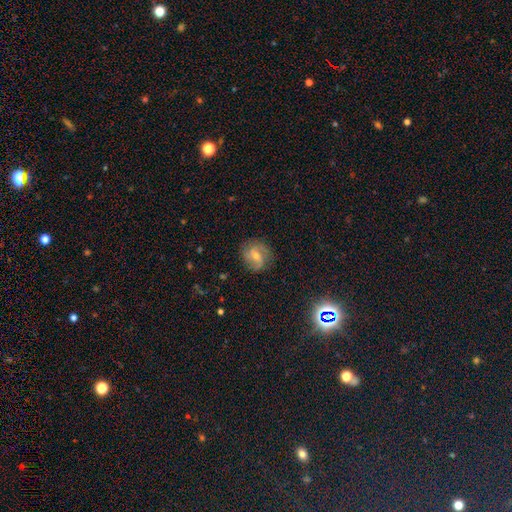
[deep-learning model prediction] featured or disk 63%, smooth 21%, star or artifact 16%. Down the decision tree: edge-on disk — no (97%); bar — weak (47%); spiral arms — yes (89%); spiral arm count — 2 (59%); spiral winding — medium (45%); bulge size — moderate (48%); merging — none (79%).